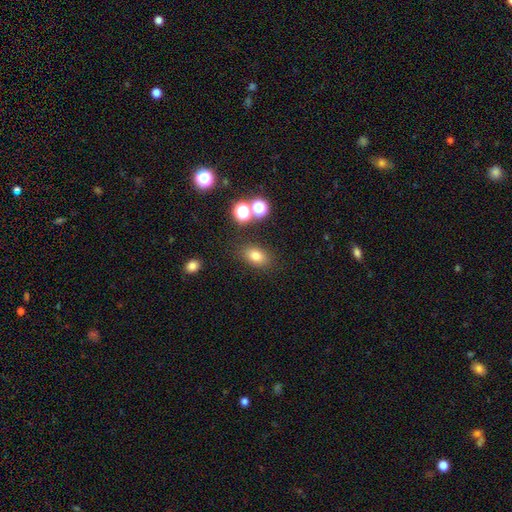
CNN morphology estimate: Smooth or featured: smooth — 76% (star or artifact — 15%)
How rounded: in between — 76% (round — 22%)
Merging: none — 81% (minor disturbance — 10%)